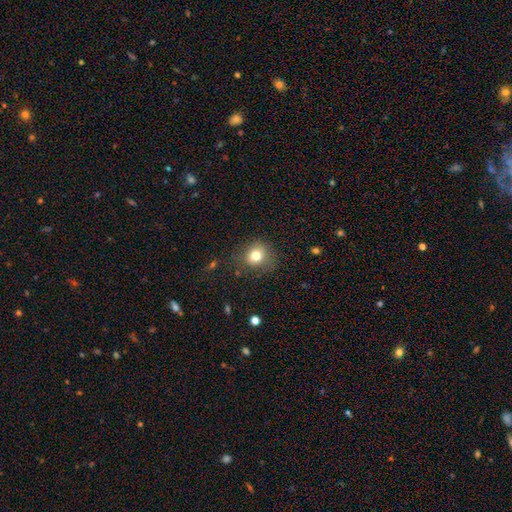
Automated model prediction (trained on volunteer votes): Smooth or featured: smooth — 78% (star or artifact — 12%)
How rounded: round — 77% (in between — 23%)
Merging: none — 73% (minor disturbance — 18%)